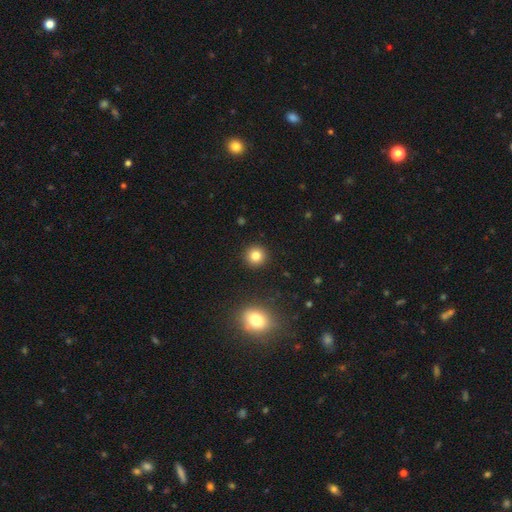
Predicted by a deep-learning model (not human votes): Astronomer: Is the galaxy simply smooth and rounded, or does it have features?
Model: smooth — 82%.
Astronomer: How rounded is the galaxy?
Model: round — 94%.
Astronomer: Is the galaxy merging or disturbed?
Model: none — 92%.